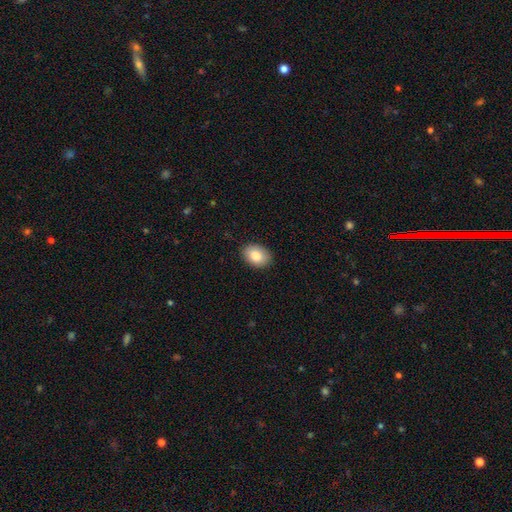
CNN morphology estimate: Q: Smooth or featured?
A: smooth (86%); runner-up: star or artifact (7%)
Q: How rounded?
A: in between (79%); runner-up: round (20%)
Q: Merging?
A: none (88%); runner-up: minor disturbance (9%)